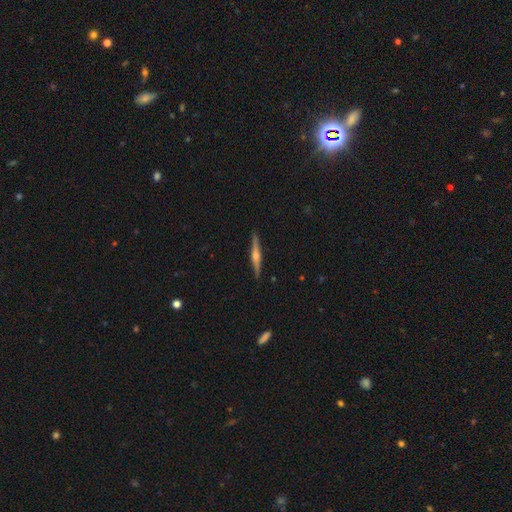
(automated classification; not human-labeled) This appears to be a featured or disk galaxy (76%) viewed edge-on (98%) with a rounded central bulge (89%). Merging: none (91%).